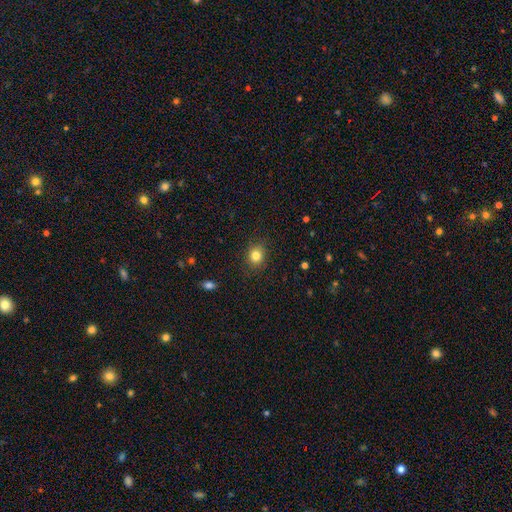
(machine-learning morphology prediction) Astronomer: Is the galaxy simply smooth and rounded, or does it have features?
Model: smooth — 82%.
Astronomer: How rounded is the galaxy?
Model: round — 73%.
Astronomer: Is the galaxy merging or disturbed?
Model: none — 88%.